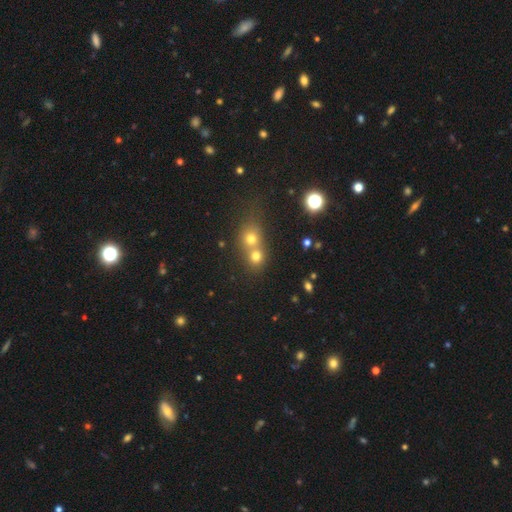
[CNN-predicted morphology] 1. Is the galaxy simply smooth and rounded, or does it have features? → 56% smooth, 30% star or artifact, 14% featured or disk.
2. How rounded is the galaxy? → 75% round, 22% in between, 3% cigar-shaped.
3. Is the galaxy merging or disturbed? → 50% merger, 40% none, 6% minor disturbance, 3% major disturbance.